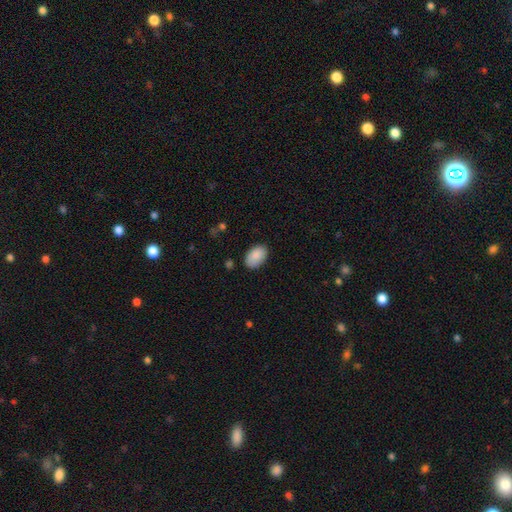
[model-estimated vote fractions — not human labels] smooth-or-featured: smooth: 89% | star or artifact: 7% | featured or disk: 5%
  how-rounded: in between: 92% | round: 7% | cigar-shaped: 1%
  merging: none: 82% | minor disturbance: 14% | major disturbance: 3% | merger: 1%